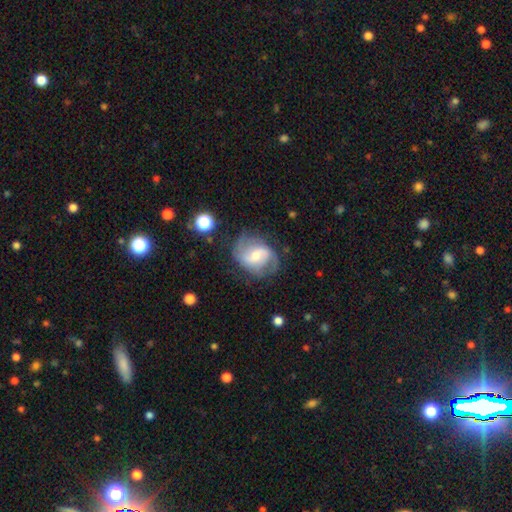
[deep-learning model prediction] Q: Smooth or featured?
A: featured or disk (71%); runner-up: smooth (22%)
Q: Edge-on disk?
A: no (97%); runner-up: yes (3%)
Q: Bar?
A: weak (50%); runner-up: no (27%)
Q: Spiral arms?
A: yes (87%); runner-up: no (13%)
Q: Spiral winding?
A: medium (44%); runner-up: loose (35%)
Q: Spiral arm count?
A: 2 (73%); runner-up: can't tell (15%)
Q: Bulge size?
A: moderate (52%); runner-up: small (41%)
Q: Merging?
A: none (62%); runner-up: minor disturbance (22%)